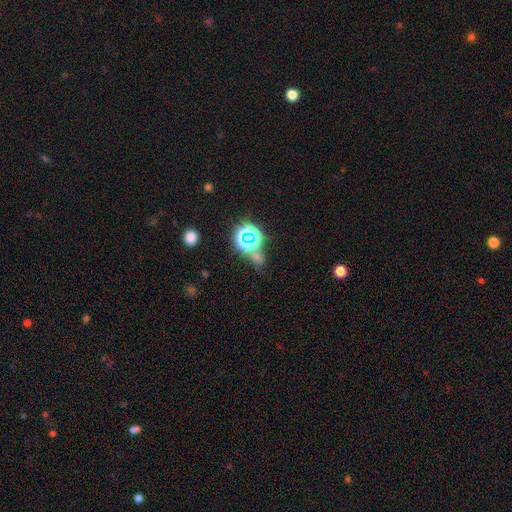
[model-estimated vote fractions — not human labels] Overall: star or artifact (65%).